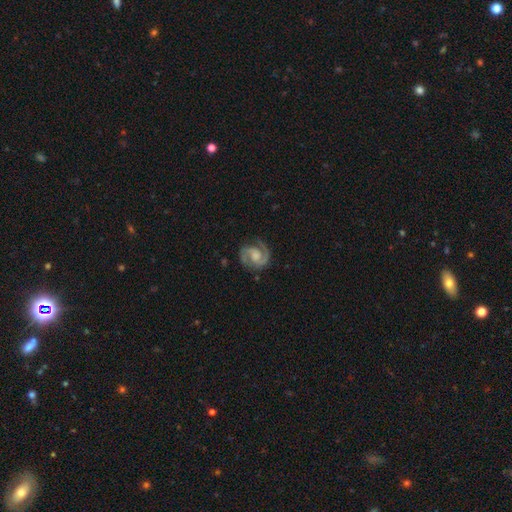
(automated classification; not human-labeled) Morphology: type=featured or disk (91%); edge-on=no (98%); bar=no (52%); spiral arms=yes (98%); winding=medium (53%); arm count=2 (93%); bulge=moderate (39%); merging=none (80%).